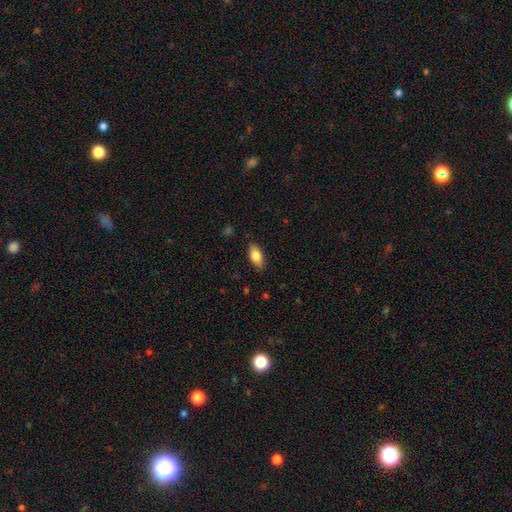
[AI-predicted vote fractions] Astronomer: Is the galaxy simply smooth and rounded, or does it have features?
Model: smooth — 85%.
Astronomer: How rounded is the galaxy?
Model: in between — 90%.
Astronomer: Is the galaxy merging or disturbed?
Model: none — 85%.